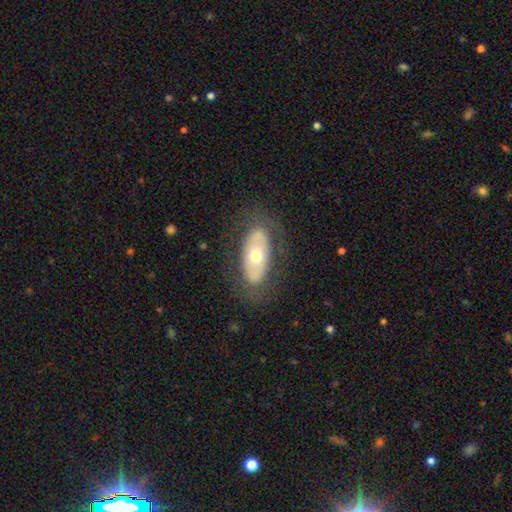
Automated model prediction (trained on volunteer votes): This is possibly a featured or disk galaxy (51%). It is clearly not viewed edge-on (86%). Merging: likely none (77%).